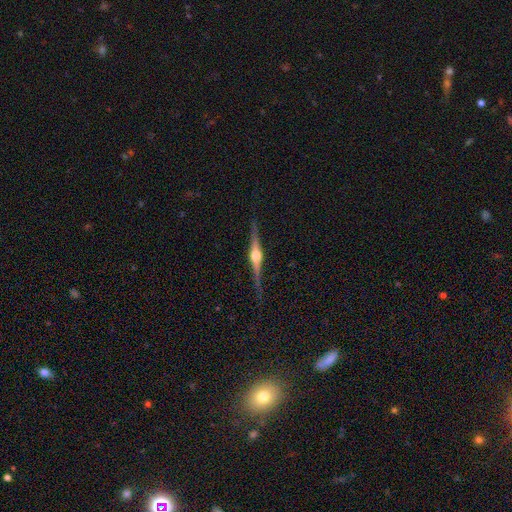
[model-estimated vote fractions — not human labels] A featured or disk galaxy (86%) viewed edge-on (98%) with a rounded central bulge (94%).

Vote fractions:
- Smooth or featured? featured or disk: 86% / smooth: 9% / star or artifact: 5%
- Edge-on disk? yes: 98% / no: 2%
- Edge-on bulge? rounded: 94% / boxy: 4% / none: 2%
- Merging? none: 87% / minor disturbance: 9% / major disturbance: 2% / merger: 1%